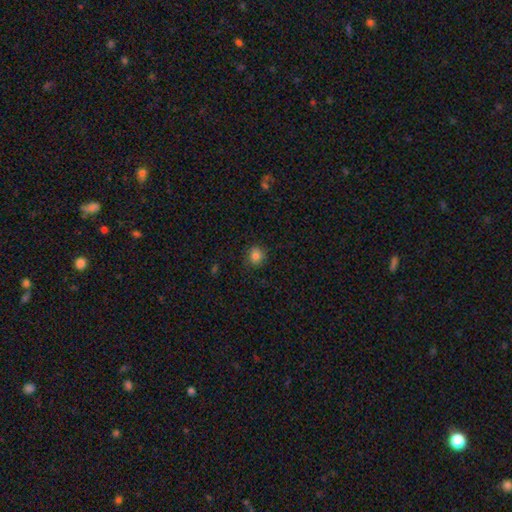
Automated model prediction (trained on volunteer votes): Overall: smooth (84%). How rounded: round (80%). Merging: none (85%).